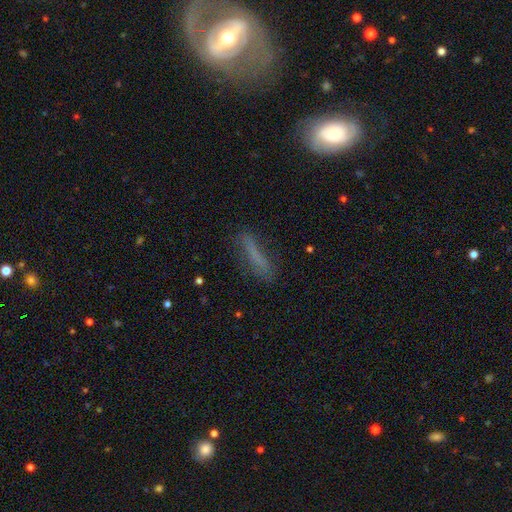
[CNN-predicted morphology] Smooth or featured? Predicted: smooth (p=0.62). How rounded? Predicted: cigar-shaped (p=0.84). Merging? Predicted: none (p=0.70).